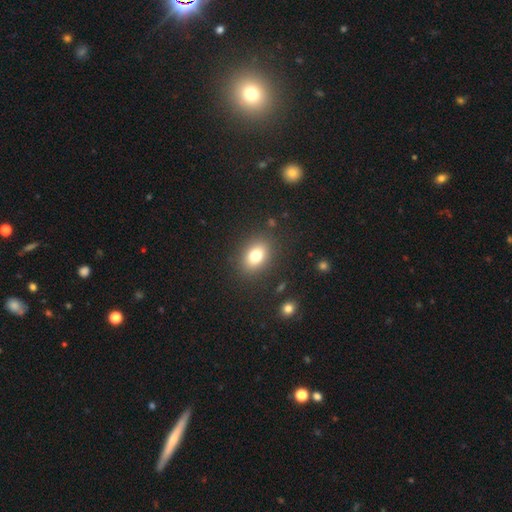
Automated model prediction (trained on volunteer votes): A smooth galaxy with no disk features (77%) that is in between round and cigar-shaped (68%).

Vote fractions:
- Smooth or featured? smooth: 77% / star or artifact: 12% / featured or disk: 11%
- How rounded? in between: 68% / round: 30% / cigar-shaped: 1%
- Merging? none: 86% / minor disturbance: 9% / major disturbance: 4% / merger: 2%